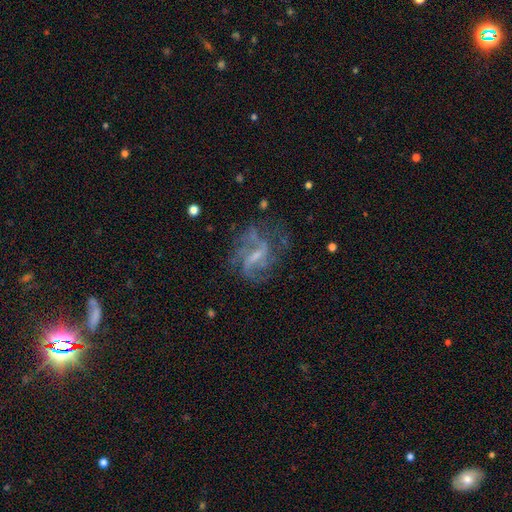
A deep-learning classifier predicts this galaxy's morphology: A featured or disk galaxy (81%) with a weak bar (50%), 2 (30%) medium (43%) spiral arms (87%) and a small central bulge (48%). Merging: none (54%).